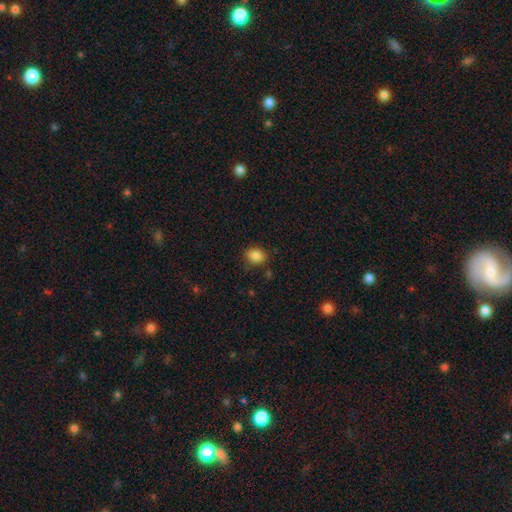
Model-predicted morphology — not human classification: Smooth or featured: smooth — 86% (star or artifact — 10%)
How rounded: in between — 52% (round — 47%)
Merging: none — 83% (minor disturbance — 11%)